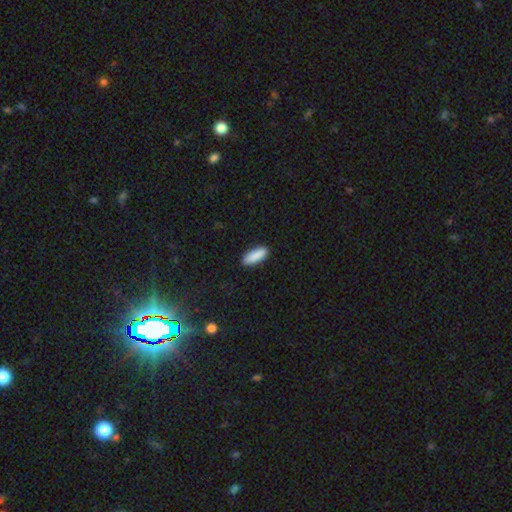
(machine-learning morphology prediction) Smooth or featured? Predicted: smooth (p=0.90). How rounded? Predicted: in between (p=0.66). Merging? Predicted: none (p=0.90).